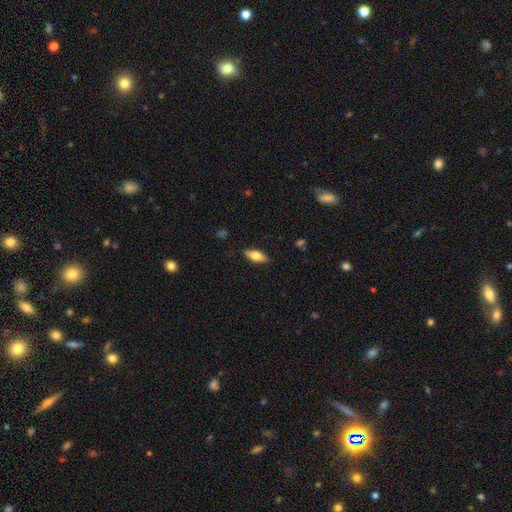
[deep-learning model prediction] Smooth or featured? Predicted: smooth (p=0.65). How rounded? Predicted: in between (p=0.75). Merging? Predicted: none (p=0.86).